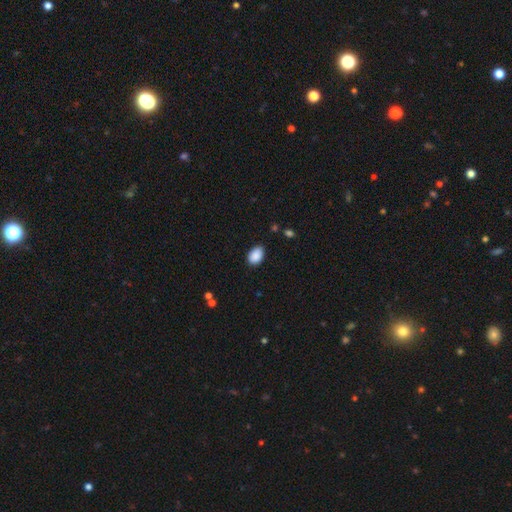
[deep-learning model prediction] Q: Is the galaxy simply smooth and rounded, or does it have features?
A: smooth — 89%.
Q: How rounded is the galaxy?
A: in between — 87%.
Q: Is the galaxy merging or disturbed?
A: none — 82%.